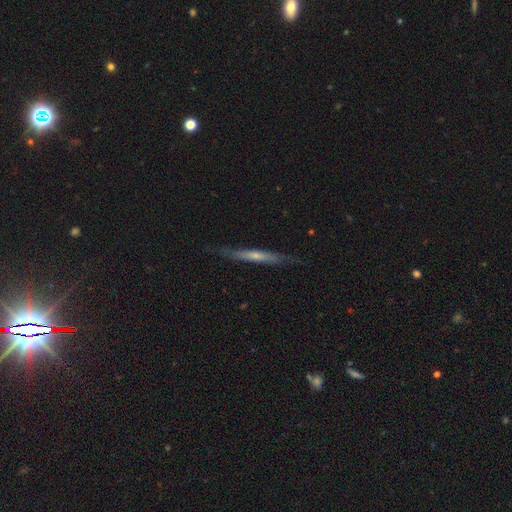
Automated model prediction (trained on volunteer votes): Morphology: type=featured or disk (58%); edge-on=yes (91%); edge-on bulge=none (55%); merging=none (81%).